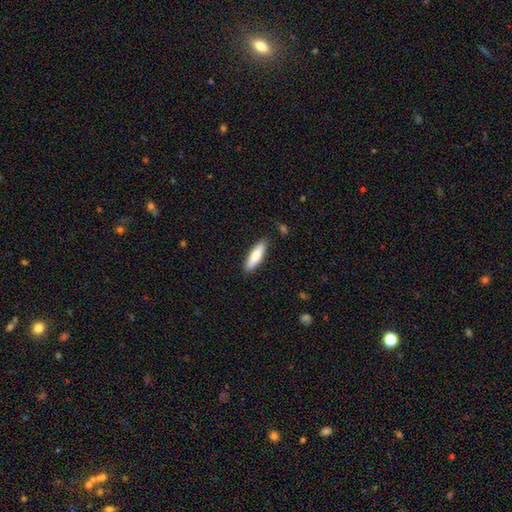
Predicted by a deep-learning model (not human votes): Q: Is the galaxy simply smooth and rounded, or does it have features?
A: smooth — 75%.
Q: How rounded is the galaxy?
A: cigar-shaped — 60%.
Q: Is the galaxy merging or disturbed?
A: none — 88%.